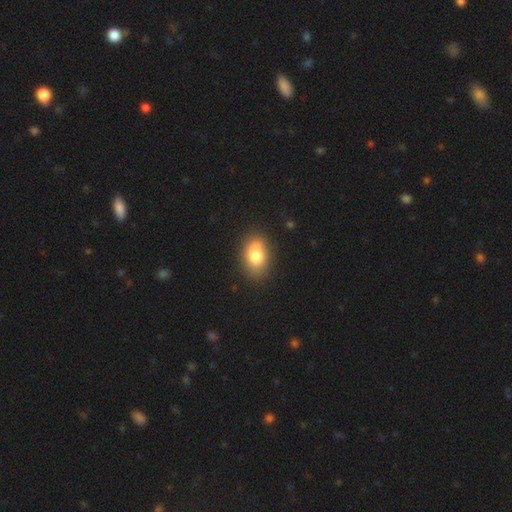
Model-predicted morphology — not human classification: type=smooth (76%); roundness=in between (78%); merging=none (60%).